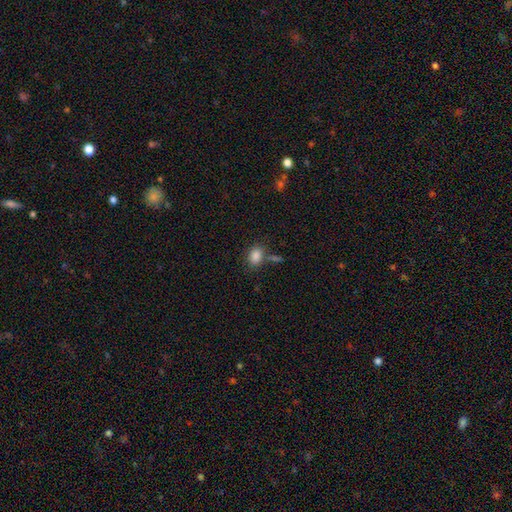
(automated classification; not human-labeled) This appears to be a smooth galaxy with no disk features (85%) that is in between round and cigar-shaped (69%). Merging: none (67%).